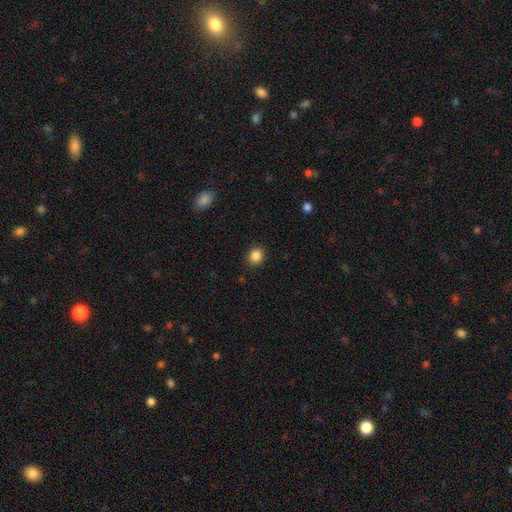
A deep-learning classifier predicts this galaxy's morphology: Q: Smooth or featured?
A: smooth (86%); runner-up: star or artifact (11%)
Q: How rounded?
A: round (79%); runner-up: in between (20%)
Q: Merging?
A: none (90%); runner-up: minor disturbance (7%)